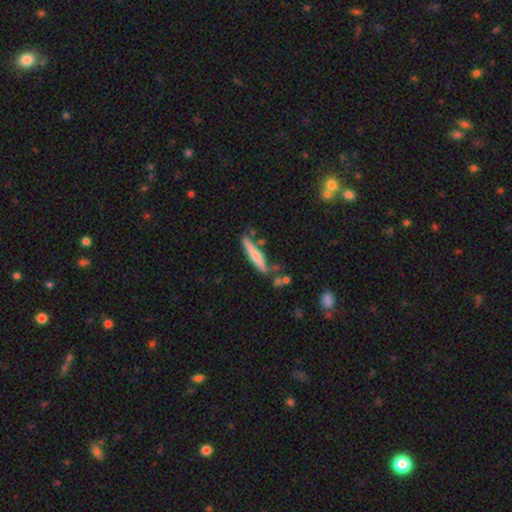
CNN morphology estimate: smooth-or-featured: smooth: 55% | featured or disk: 39% | star or artifact: 6%
  how-rounded: cigar-shaped: 90% | in between: 8% | round: 2%
  merging: none: 72% | minor disturbance: 16% | merger: 8% | major disturbance: 4%